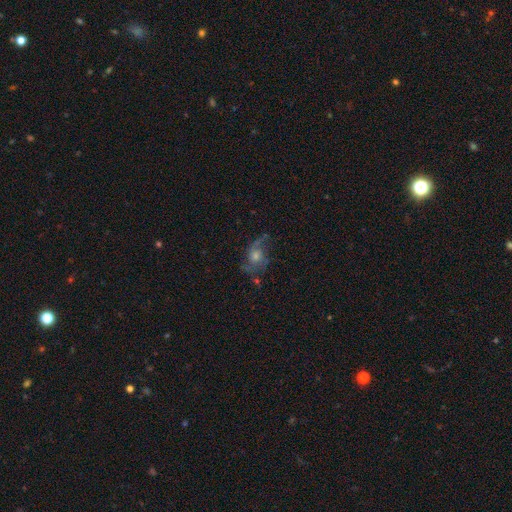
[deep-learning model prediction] Overall: featured or disk (69%). Edge-on disk: no (95%). Bar: no (75%). Spiral arms: yes (88%). Spiral arm count: 2 (74%). Spiral winding: loose (57%; medium 34%). Bulge size: moderate (54%; small 33%). Merging: none (60%).